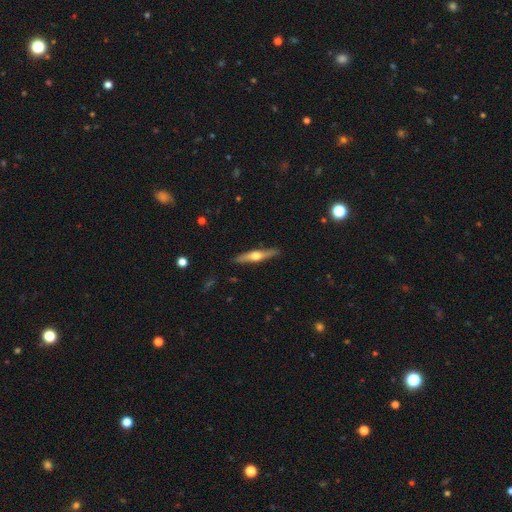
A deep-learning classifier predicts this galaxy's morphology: A featured or disk galaxy (62%) viewed edge-on (96%) with a rounded central bulge (93%).

Vote fractions:
- Smooth or featured? featured or disk: 62% / smooth: 33% / star or artifact: 5%
- Edge-on disk? yes: 96% / no: 4%
- Edge-on bulge? rounded: 93% / none: 4% / boxy: 3%
- Merging? none: 89% / minor disturbance: 8% / major disturbance: 2% / merger: 1%